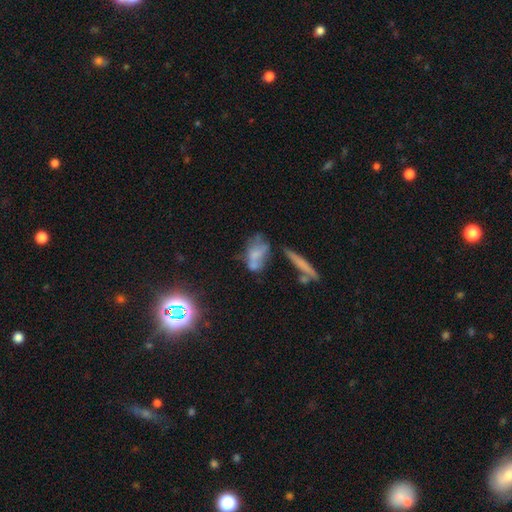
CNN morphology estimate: A smooth galaxy with no disk features (49%).

Vote fractions:
- Smooth or featured? smooth: 49% / featured or disk: 37% / star or artifact: 14%
- Merging? none: 32% / merger: 25% / major disturbance: 22% / minor disturbance: 21%